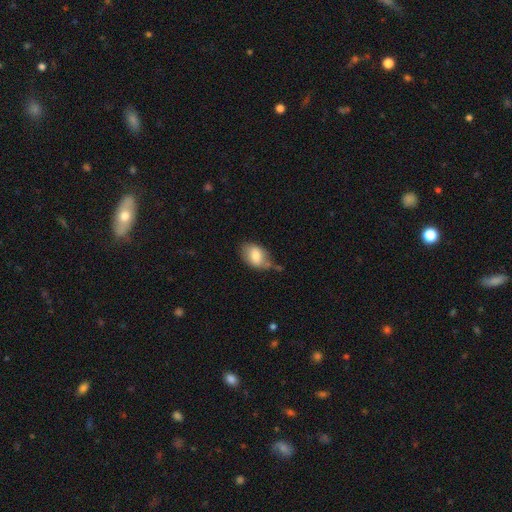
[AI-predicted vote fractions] Smooth or featured? Predicted: smooth (p=0.79). How rounded? Predicted: in between (p=0.87). Merging? Predicted: none (p=0.51).